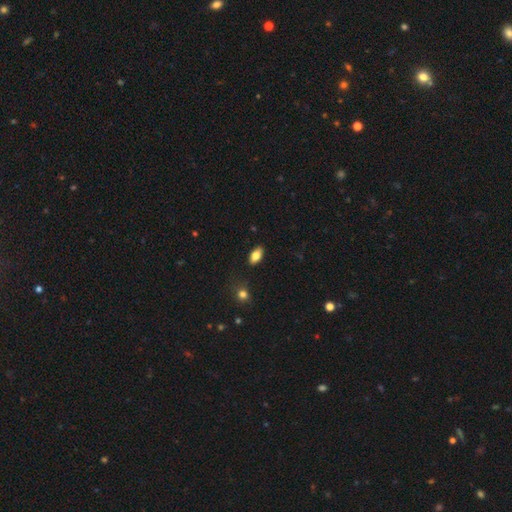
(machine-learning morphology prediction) The model was most divided on "smooth or featured": smooth: 82%, featured or disk: 10%, star or artifact: 8%. More confident: how rounded — in between (91%); merging — none (86%).